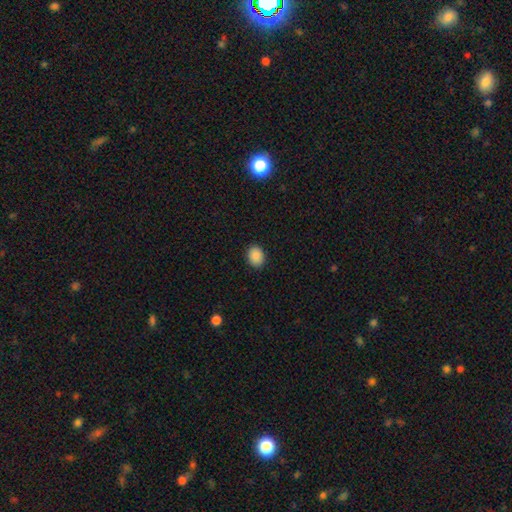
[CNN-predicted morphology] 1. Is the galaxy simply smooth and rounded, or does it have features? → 89% smooth, 8% star or artifact, 3% featured or disk.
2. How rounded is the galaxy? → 53% in between, 46% round, 1% cigar-shaped.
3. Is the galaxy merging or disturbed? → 90% none, 7% minor disturbance, 2% major disturbance, 1% merger.